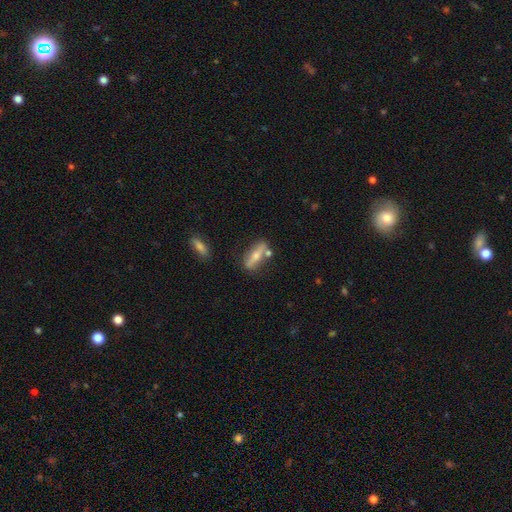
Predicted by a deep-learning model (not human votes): Overall: featured or disk (50%; smooth 43%). Merging: none (68%).